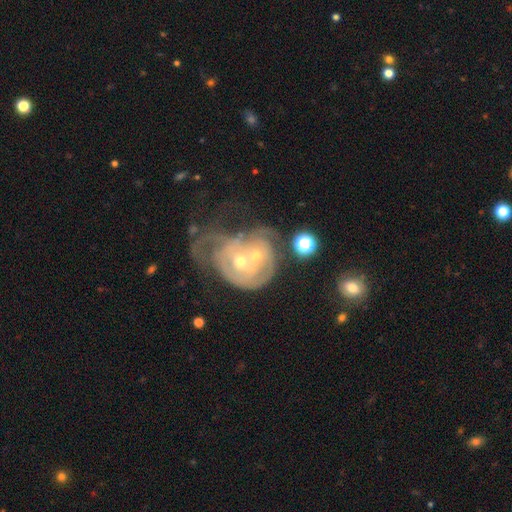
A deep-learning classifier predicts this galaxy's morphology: type=featured or disk (73%); edge-on=no (97%); bar=no (78%); spiral arms=yes (71%); winding=tight (54%); arm count=can't tell (44%); bulge=moderate (51%); merging=merger (66%).